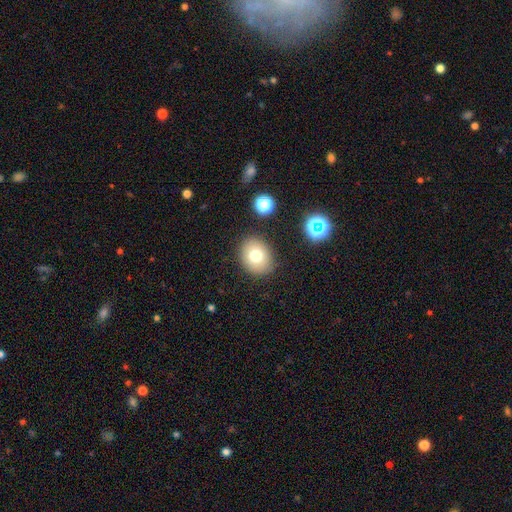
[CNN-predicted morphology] Smooth or featured? smooth (75%)
How rounded? round (56%)
Merging? none (86%)